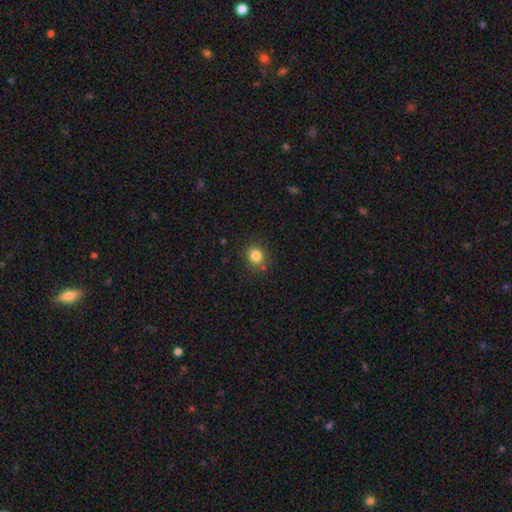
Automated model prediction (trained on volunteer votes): Smooth or featured? Predicted: smooth (p=0.83). How rounded? Predicted: round (p=0.81). Merging? Predicted: none (p=0.83).